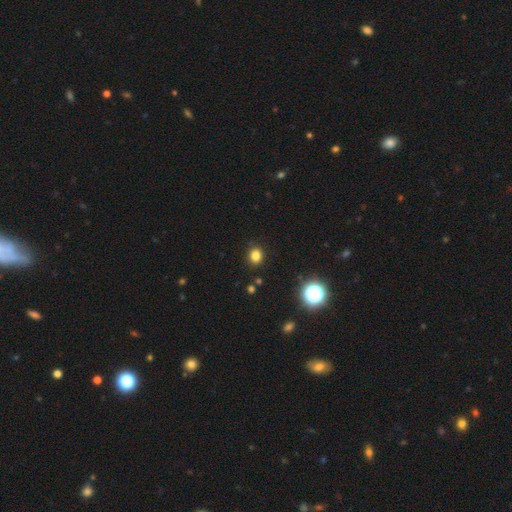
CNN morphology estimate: Smooth or featured?
  - smooth: 80% *
  - star or artifact: 15%
  - featured or disk: 4%
How rounded?
  - round: 65% *
  - in between: 34%
  - cigar-shaped: 1%
Merging?
  - none: 88% *
  - minor disturbance: 8%
  - major disturbance: 2%
  - merger: 2%